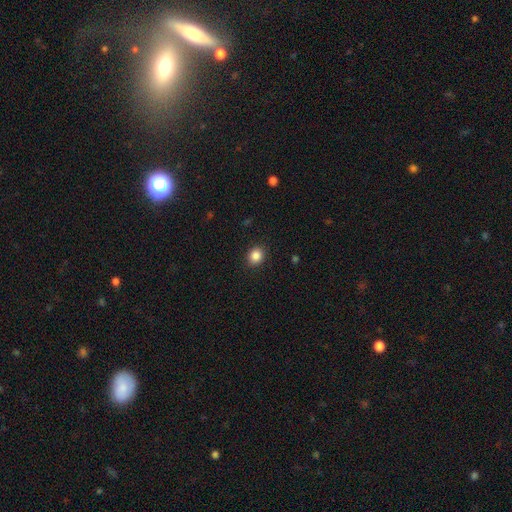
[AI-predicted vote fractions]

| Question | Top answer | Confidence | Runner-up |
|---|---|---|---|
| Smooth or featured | smooth | 86% | star or artifact (10%) |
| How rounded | round | 68% | in between (32%) |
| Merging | none | 90% | minor disturbance (7%) |